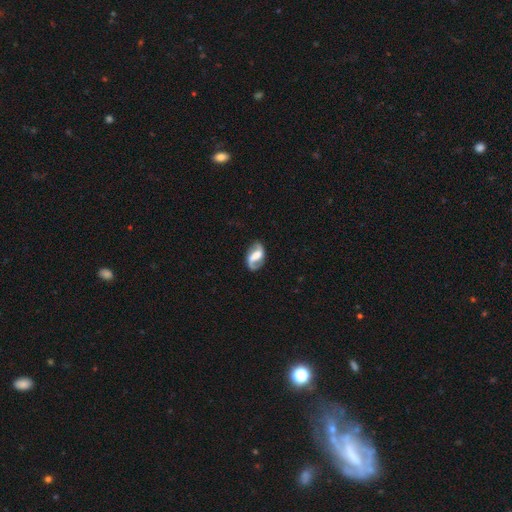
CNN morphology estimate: This appears to be a featured or disk galaxy (79%) with a strong bar (40%, tied with weak), 2 (86%) medium (43%) spiral arms (92%) and a large central bulge (36%). Merging: none (74%).